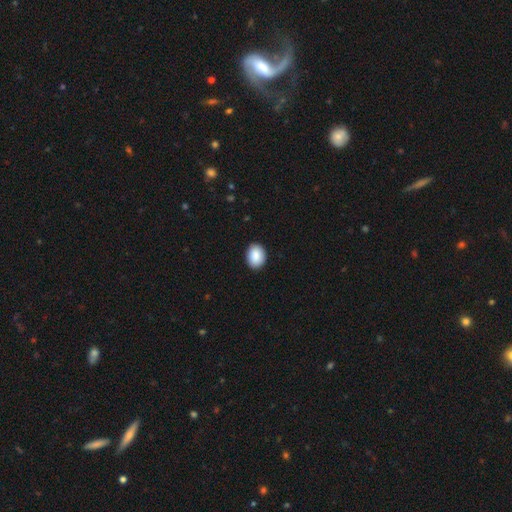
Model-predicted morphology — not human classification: Smooth or featured: smooth — 90% (star or artifact — 7%)
How rounded: in between — 68% (round — 31%)
Merging: none — 90% (minor disturbance — 8%)